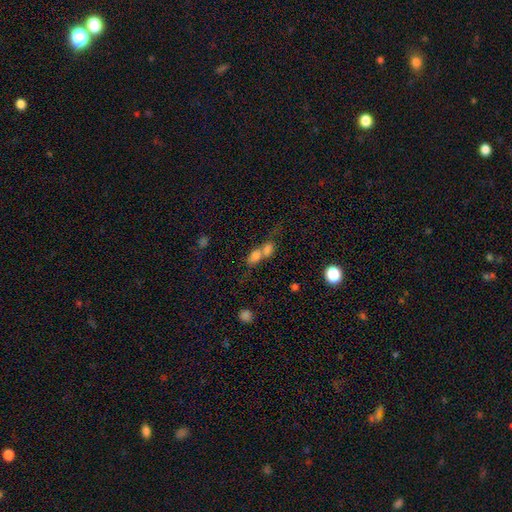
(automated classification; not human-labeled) smooth-or-featured: smooth: 71% | featured or disk: 16% | star or artifact: 13%
  how-rounded: in between: 71% | round: 19% | cigar-shaped: 10%
  merging: merger: 71% | none: 17% | minor disturbance: 6% | major disturbance: 5%